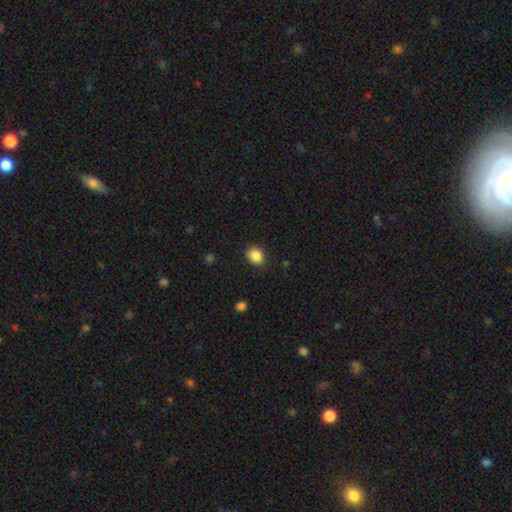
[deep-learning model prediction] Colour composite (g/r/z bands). It shows a smooth galaxy with no disk features (86%) that is round (59%). Merging: none (85%).